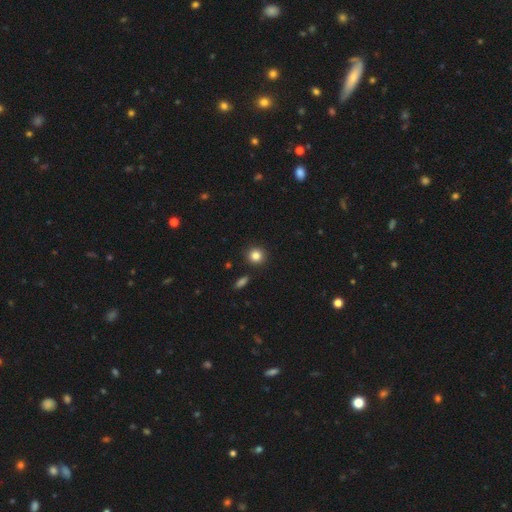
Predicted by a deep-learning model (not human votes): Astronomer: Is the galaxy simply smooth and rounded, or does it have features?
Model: smooth — 84%.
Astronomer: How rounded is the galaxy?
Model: round — 91%.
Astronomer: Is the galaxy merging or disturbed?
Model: none — 90%.